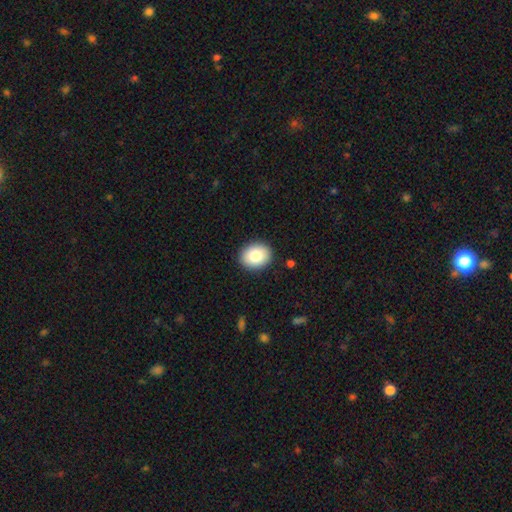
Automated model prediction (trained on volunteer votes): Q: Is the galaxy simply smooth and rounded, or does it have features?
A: smooth — 83%.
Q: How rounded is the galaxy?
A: round — 51%.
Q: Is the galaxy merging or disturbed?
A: none — 90%.